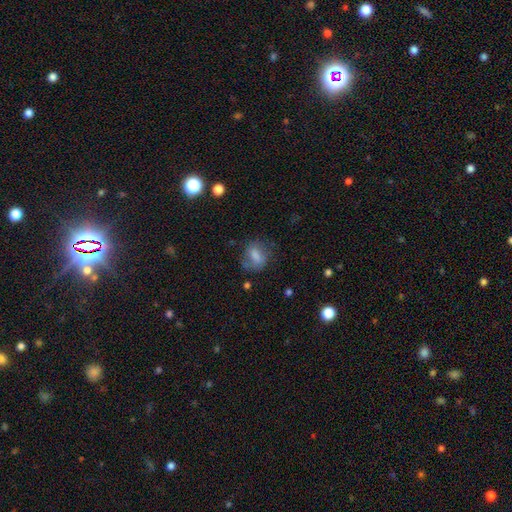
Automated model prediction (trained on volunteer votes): Smooth or featured? Predicted: smooth (p=0.68). How rounded? Predicted: in between (p=0.60). Merging? Predicted: none (p=0.58).